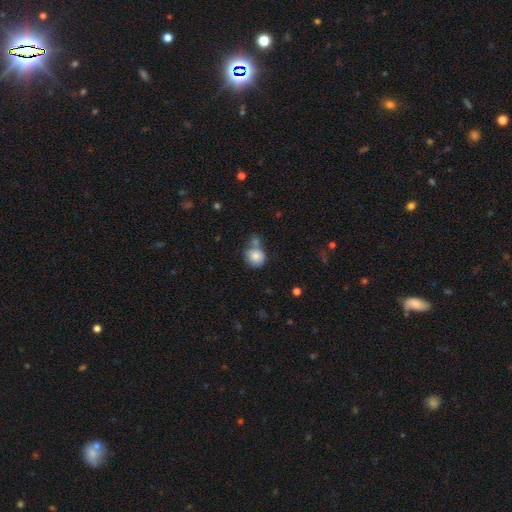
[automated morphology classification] smooth-or-featured: smooth: 83% | featured or disk: 9% | star or artifact: 9%
  how-rounded: round: 85% | in between: 14% | cigar-shaped: 1%
  merging: none: 53% | merger: 27% | minor disturbance: 15% | major disturbance: 5%